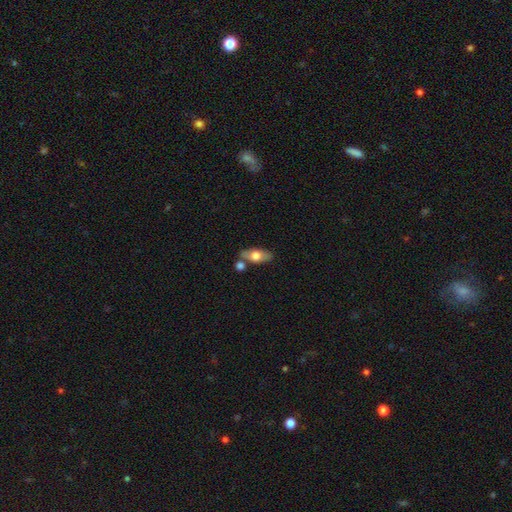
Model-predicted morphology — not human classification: Overall: smooth (63%; featured or disk 31%). How rounded: in between (82%). Merging: none (67%).